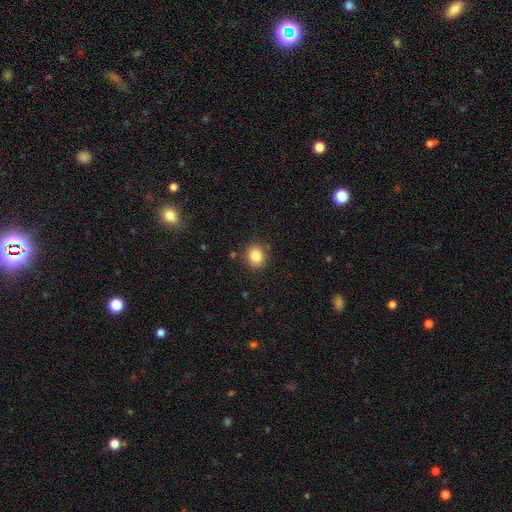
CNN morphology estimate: type=smooth (84%); roundness=round (79%); merging=none (86%).